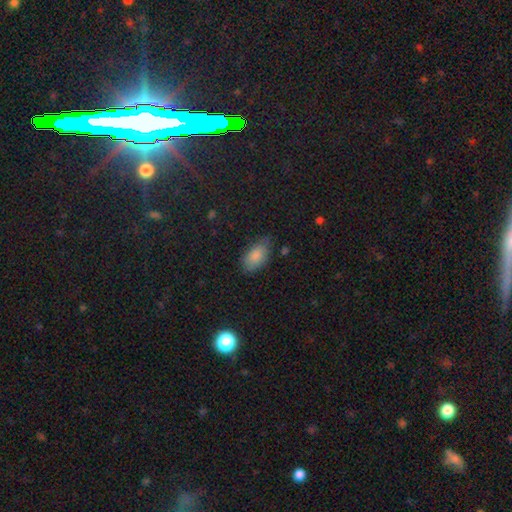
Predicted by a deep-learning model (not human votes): The model was most divided on "merging": none: 69%, minor disturbance: 24%, major disturbance: 5%, merger: 2%. More confident: how rounded — in between (93%); smooth or featured — smooth (85%).